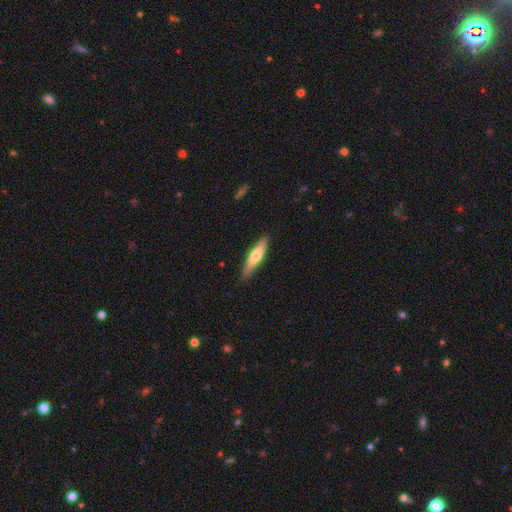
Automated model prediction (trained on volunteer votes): Q: Smooth or featured?
A: smooth (61%); runner-up: featured or disk (34%)
Q: How rounded?
A: cigar-shaped (77%); runner-up: in between (21%)
Q: Merging?
A: none (86%); runner-up: minor disturbance (11%)